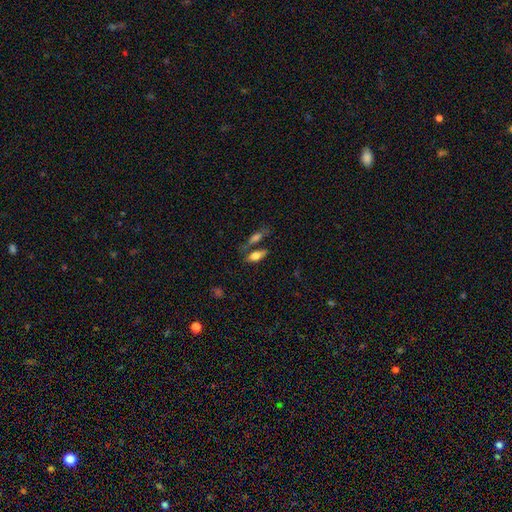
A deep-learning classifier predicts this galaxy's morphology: Smooth or featured?
  - smooth: 70% *
  - featured or disk: 22%
  - star or artifact: 8%
How rounded?
  - in between: 72% *
  - cigar-shaped: 25%
  - round: 4%
Merging?
  - none: 59% *
  - merger: 22%
  - minor disturbance: 13%
  - major disturbance: 6%